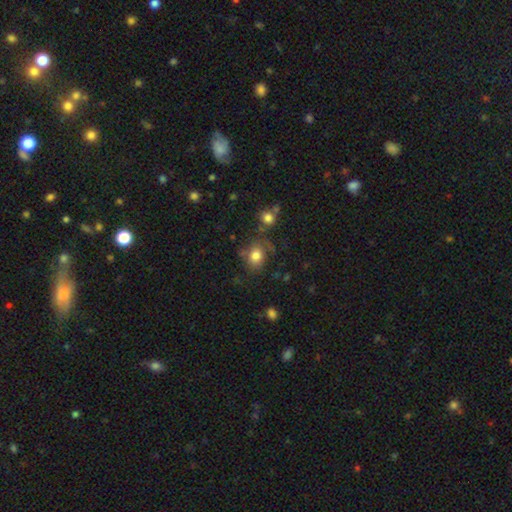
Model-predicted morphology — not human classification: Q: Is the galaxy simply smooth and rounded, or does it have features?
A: smooth — 79%.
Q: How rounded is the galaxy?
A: round — 58%.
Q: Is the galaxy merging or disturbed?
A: none — 62%.